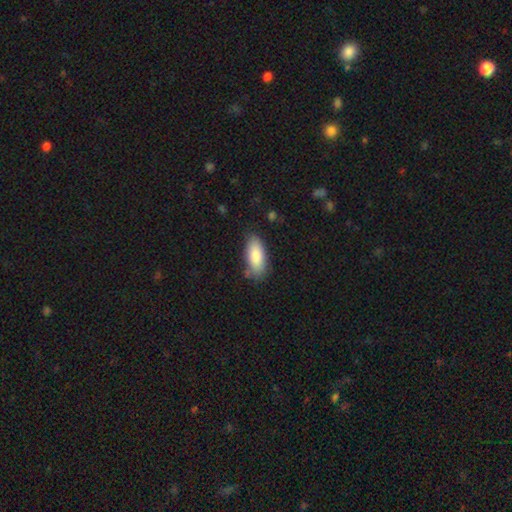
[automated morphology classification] Smooth or featured? smooth (85%)
How rounded? in between (86%)
Merging? none (76%)